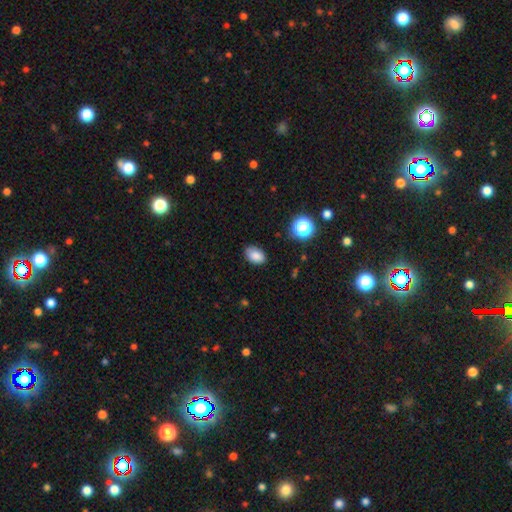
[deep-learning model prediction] smooth_or_featured: smooth (p=0.85) [alt: star or artifact p=0.10]
how_rounded: in between (p=0.83) [alt: round p=0.16]
merging: none (p=0.83) [alt: minor disturbance p=0.13]